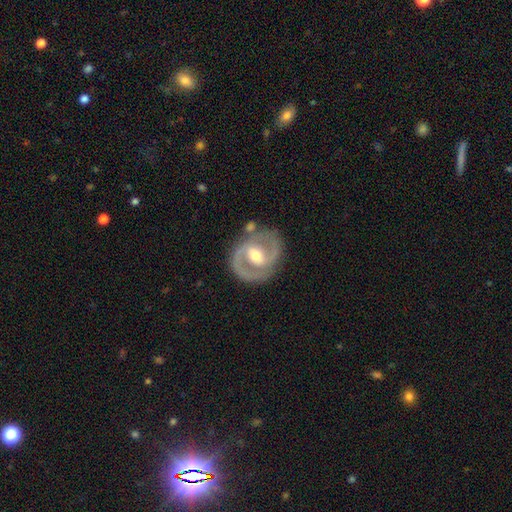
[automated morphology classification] This is clearly a featured or disk galaxy (87%). It is clearly not viewed edge-on (97%). Bar: possibly weak (46%). Spiral arm pattern: clearly yes (92%). Spiral arm count: clearly 2 (90%). Spiral winding: possibly medium (55%). Central bulge: likely moderate (70%). Merging: likely none (78%).